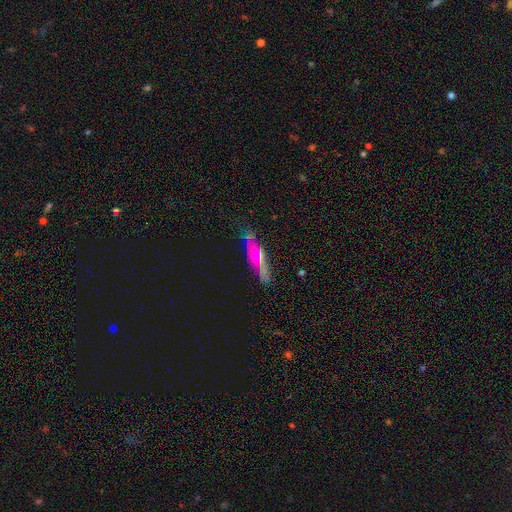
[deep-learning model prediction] This appears to be a smooth galaxy with no disk features (48%). Merging: none (80%).